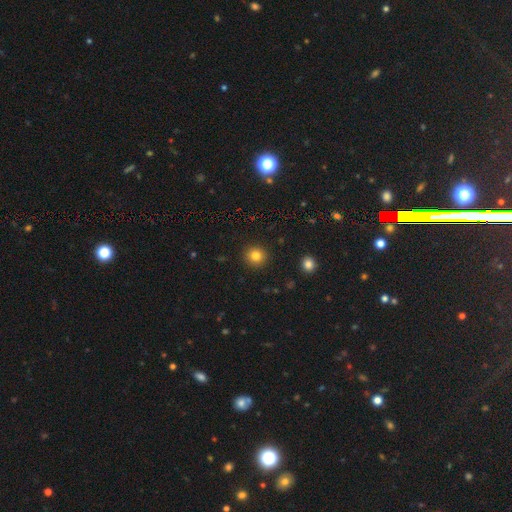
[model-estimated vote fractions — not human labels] smooth 82%, star or artifact 12%, featured or disk 6%. Down the decision tree: how rounded — round (92%); merging — none (92%).